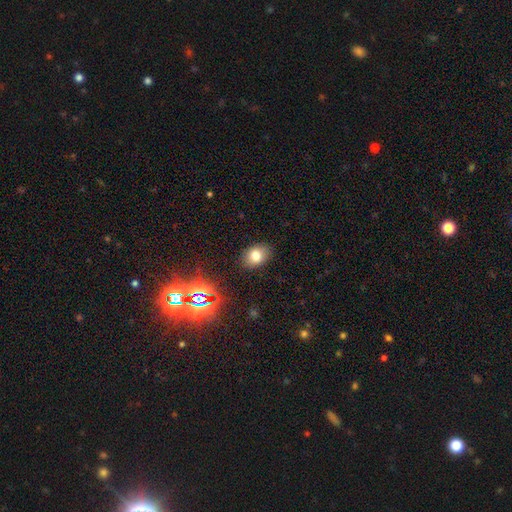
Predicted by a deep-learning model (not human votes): Smooth or featured? smooth (76%)
How rounded? in between (70%)
Merging? none (86%)